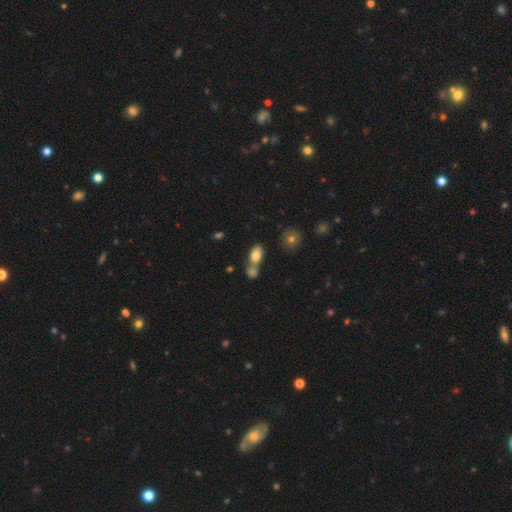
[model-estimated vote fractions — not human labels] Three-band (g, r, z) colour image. It shows a smooth galaxy with no disk features (78%) that is in between round and cigar-shaped (86%). Merging: merger (47%).